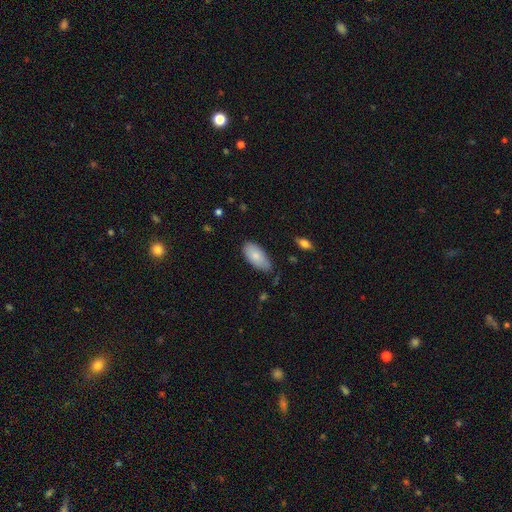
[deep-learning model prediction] A smooth galaxy with no disk features (83%) that is in between round and cigar-shaped (94%).

Vote fractions:
- Smooth or featured? smooth: 83% / featured or disk: 11% / star or artifact: 6%
- How rounded? in between: 94% / cigar-shaped: 4% / round: 2%
- Merging? none: 72% / minor disturbance: 23% / major disturbance: 3% / merger: 2%